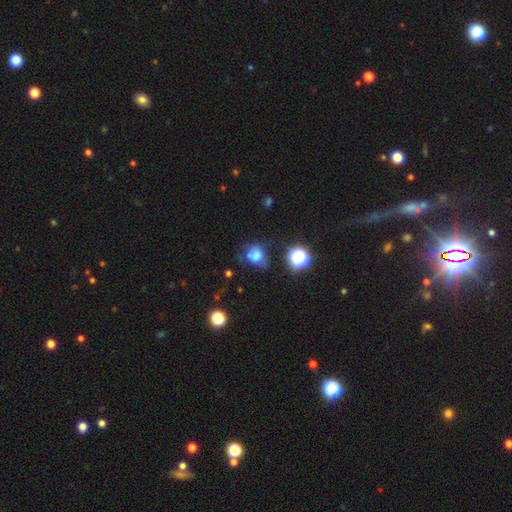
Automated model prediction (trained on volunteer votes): Smooth or featured?
  - smooth: 60% *
  - star or artifact: 21%
  - featured or disk: 20%
How rounded?
  - round: 51% *
  - in between: 48%
  - cigar-shaped: 1%
Merging?
  - none: 43% *
  - minor disturbance: 23%
  - merger: 19%
  - major disturbance: 15%